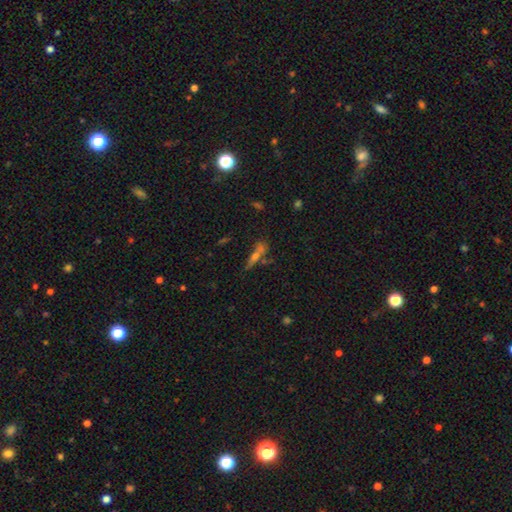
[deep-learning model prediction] The model was most divided on "smooth or featured": featured or disk: 48%, smooth: 33%, star or artifact: 19%. More confident: merging — none (57%).